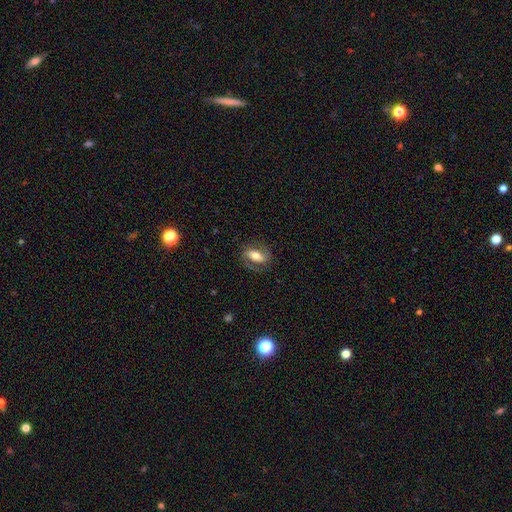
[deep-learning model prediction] This is possibly a featured or disk galaxy (52%). It is clearly not viewed edge-on (90%). Merging: likely none (75%).